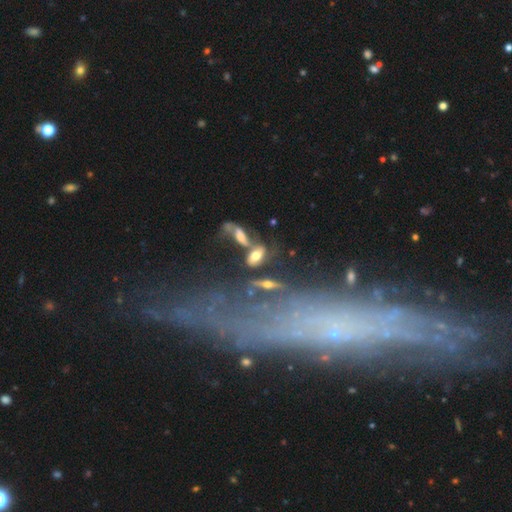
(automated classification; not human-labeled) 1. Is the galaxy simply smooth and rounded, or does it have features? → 53% smooth, 36% featured or disk, 12% star or artifact.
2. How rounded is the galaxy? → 74% in between, 20% cigar-shaped, 7% round.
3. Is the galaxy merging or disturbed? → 43% none, 32% merger, 15% minor disturbance, 10% major disturbance.